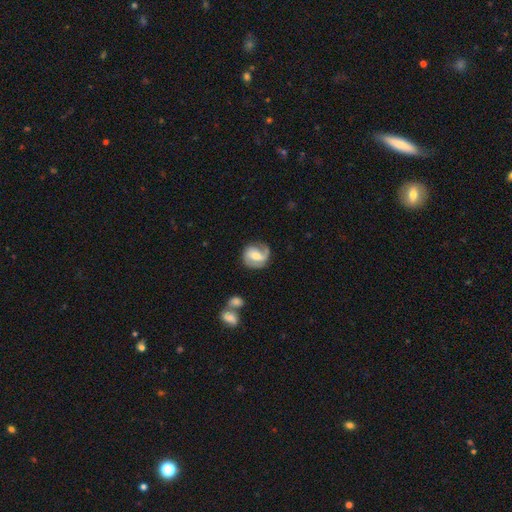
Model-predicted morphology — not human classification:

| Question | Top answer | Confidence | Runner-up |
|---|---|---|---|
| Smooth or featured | featured or disk | 76% | smooth (19%) |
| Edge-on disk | no | 98% | yes (2%) |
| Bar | weak | 48% | no (35%) |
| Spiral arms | yes | 94% | no (6%) |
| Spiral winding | medium | 46% | tight (28%) |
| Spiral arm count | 2 | 70% | 1 (18%) |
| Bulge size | moderate | 58% | small (29%) |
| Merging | none | 70% | minor disturbance (19%) |